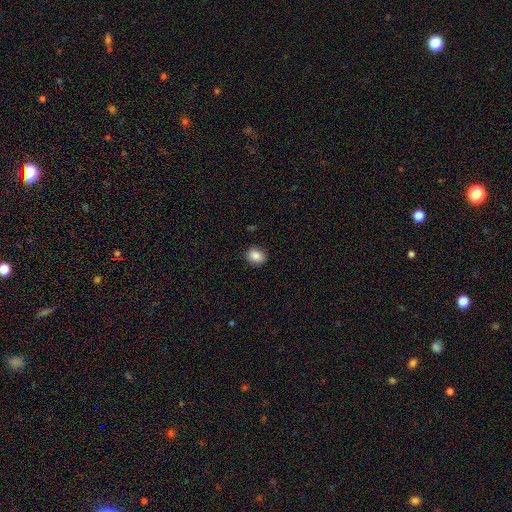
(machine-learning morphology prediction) Smooth or featured: smooth — 87% (star or artifact — 8%)
How rounded: in between — 61% (round — 38%)
Merging: none — 88% (minor disturbance — 9%)